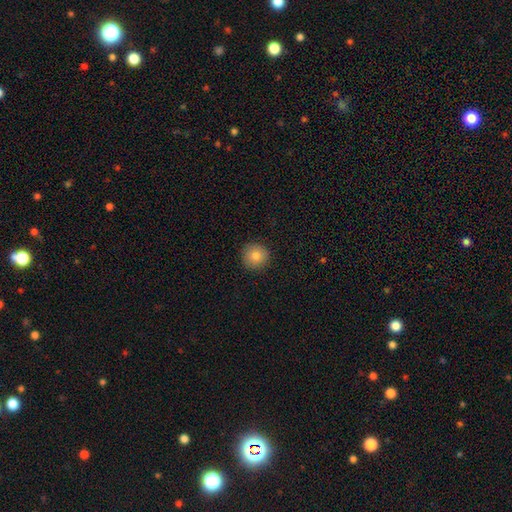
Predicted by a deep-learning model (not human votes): Smooth or featured? Predicted: smooth (p=0.82). How rounded? Predicted: round (p=0.95). Merging? Predicted: none (p=0.92).